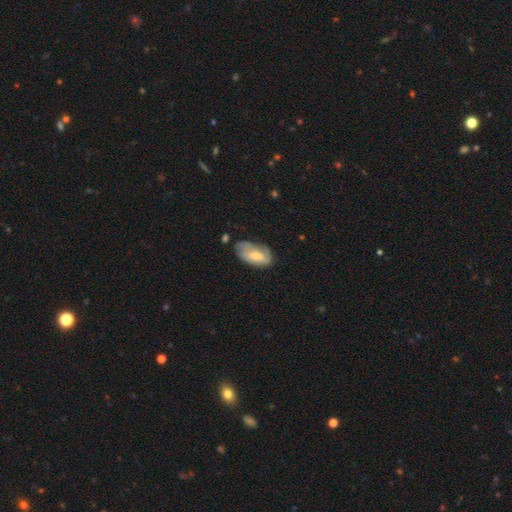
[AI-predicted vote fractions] Morphology: type=smooth (57%); roundness=in between (92%); merging=none (51%).